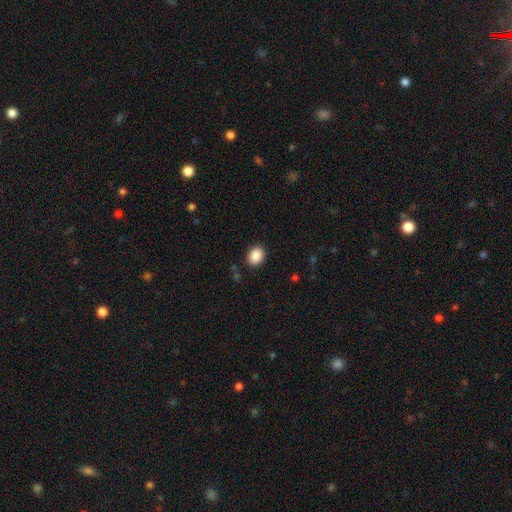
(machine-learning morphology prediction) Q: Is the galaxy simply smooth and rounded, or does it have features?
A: smooth — 89%.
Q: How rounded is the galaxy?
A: in between — 59%.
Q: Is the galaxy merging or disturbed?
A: none — 88%.